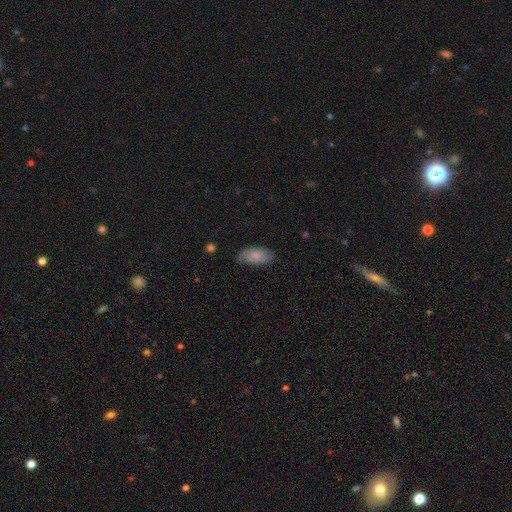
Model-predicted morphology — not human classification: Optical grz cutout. It shows a smooth galaxy with no disk features (60%) that is in between round and cigar-shaped (92%). Merging: none (70%).